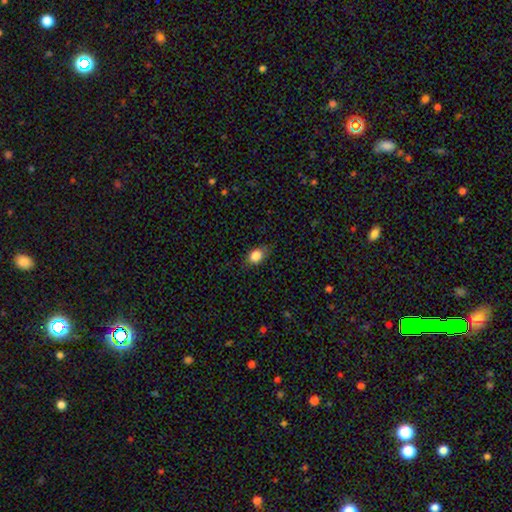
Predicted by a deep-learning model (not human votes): Smooth or featured? Predicted: smooth (p=0.85). How rounded? Predicted: in between (p=0.68). Merging? Predicted: none (p=0.77).